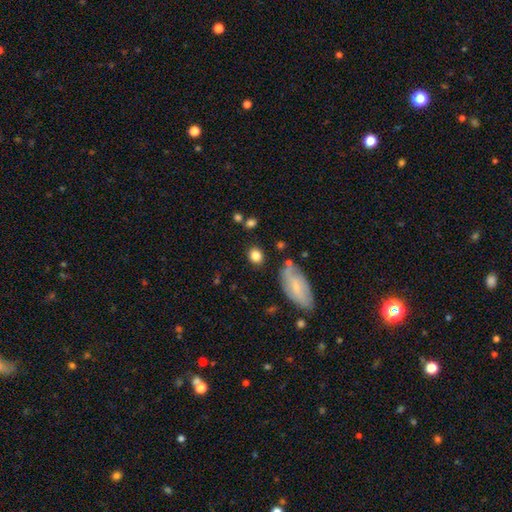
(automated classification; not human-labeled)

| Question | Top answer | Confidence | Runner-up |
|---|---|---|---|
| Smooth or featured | smooth | 83% | star or artifact (9%) |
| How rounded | round | 65% | in between (33%) |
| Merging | none | 80% | minor disturbance (11%) |